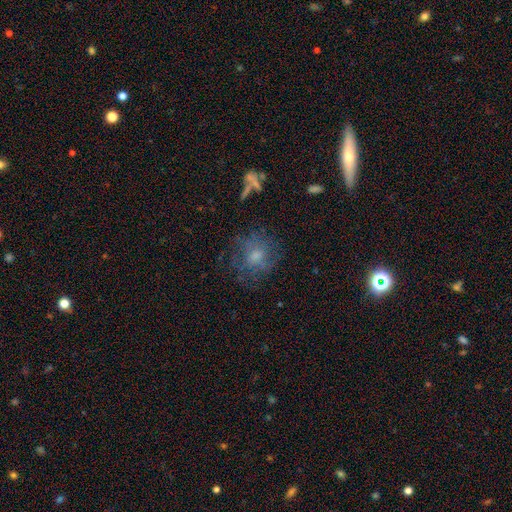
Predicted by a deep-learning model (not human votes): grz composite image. It shows a smooth galaxy with no disk features (48%). Merging: none (66%).